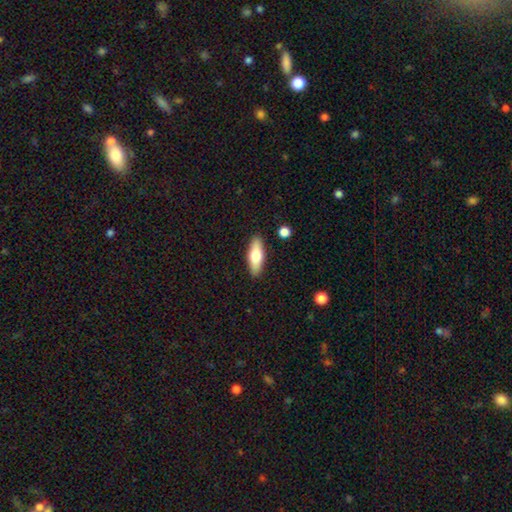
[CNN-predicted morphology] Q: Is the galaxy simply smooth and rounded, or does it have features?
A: smooth — 70%.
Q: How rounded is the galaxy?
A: in between — 61%.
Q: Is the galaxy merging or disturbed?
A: none — 88%.